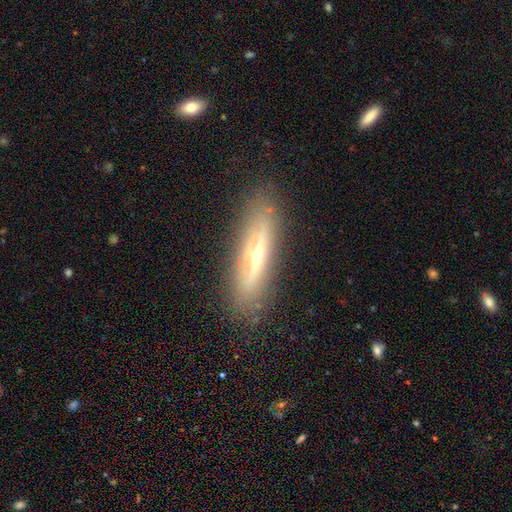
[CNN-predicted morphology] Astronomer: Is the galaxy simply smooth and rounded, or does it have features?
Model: featured or disk — 64%.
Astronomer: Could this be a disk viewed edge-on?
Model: yes — 81%.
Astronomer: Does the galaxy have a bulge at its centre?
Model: rounded — 85%.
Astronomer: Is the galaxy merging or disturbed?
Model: none — 85%.